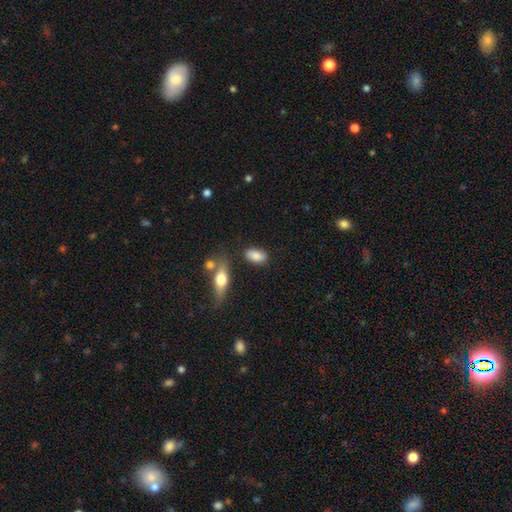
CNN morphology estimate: Smooth or featured?
  - smooth: 84% *
  - featured or disk: 10%
  - star or artifact: 7%
How rounded?
  - in between: 89% *
  - cigar-shaped: 6%
  - round: 5%
Merging?
  - none: 77% *
  - minor disturbance: 13%
  - merger: 7%
  - major disturbance: 4%